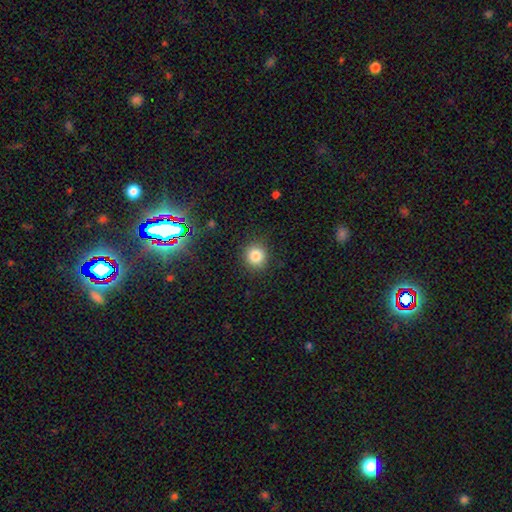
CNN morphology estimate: A smooth galaxy with no disk features (82%) that is round (89%). Merging: none (88%).